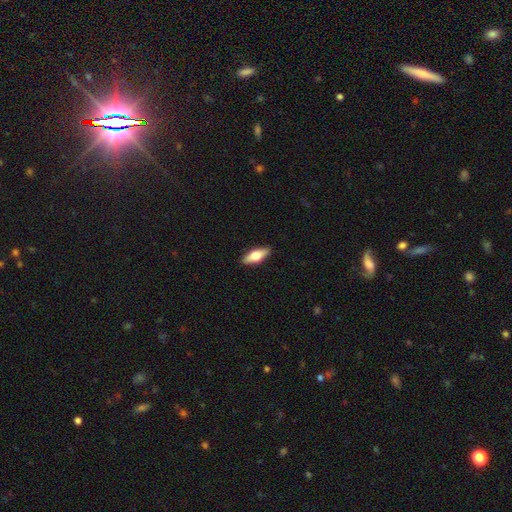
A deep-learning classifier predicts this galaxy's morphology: Smooth or featured? Predicted: smooth (p=0.54). How rounded? Predicted: in between (p=0.66). Merging? Predicted: none (p=0.90).